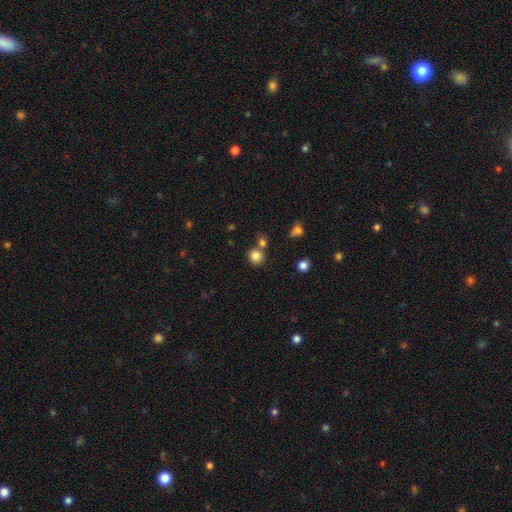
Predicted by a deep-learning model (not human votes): This appears to be a smooth galaxy with no disk features (84%) that is round (88%). Merging: none (68%).